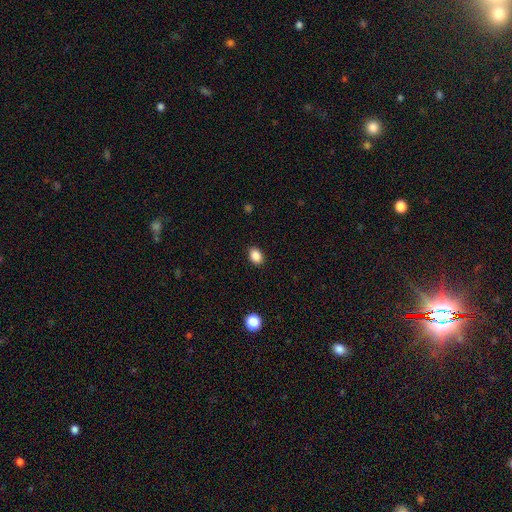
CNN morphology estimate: Smooth or featured? smooth (88%)
How rounded? in between (71%)
Merging? none (89%)